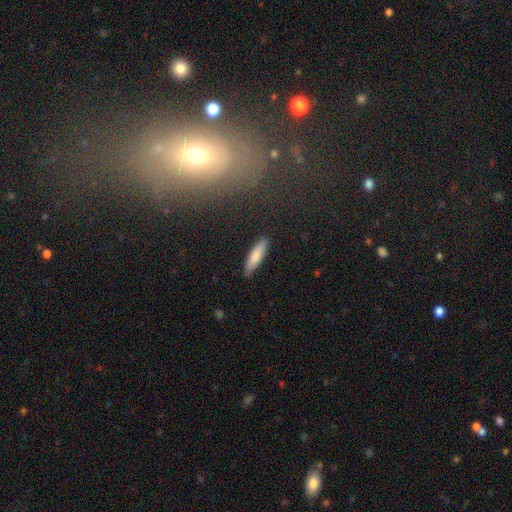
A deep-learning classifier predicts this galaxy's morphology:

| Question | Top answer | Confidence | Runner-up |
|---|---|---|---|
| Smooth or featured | smooth | 78% | featured or disk (16%) |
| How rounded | cigar-shaped | 65% | in between (33%) |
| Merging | none | 87% | minor disturbance (10%) |